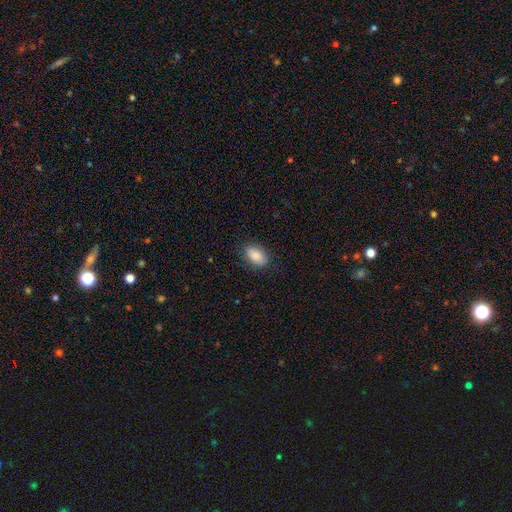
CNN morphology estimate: type=smooth (88%); roundness=in between (90%); merging=none (84%).